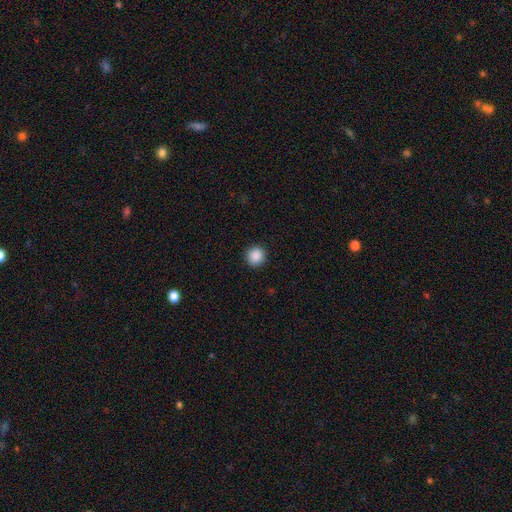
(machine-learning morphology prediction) Smooth or featured? Predicted: smooth (p=0.89). How rounded? Predicted: round (p=0.95). Merging? Predicted: none (p=0.93).